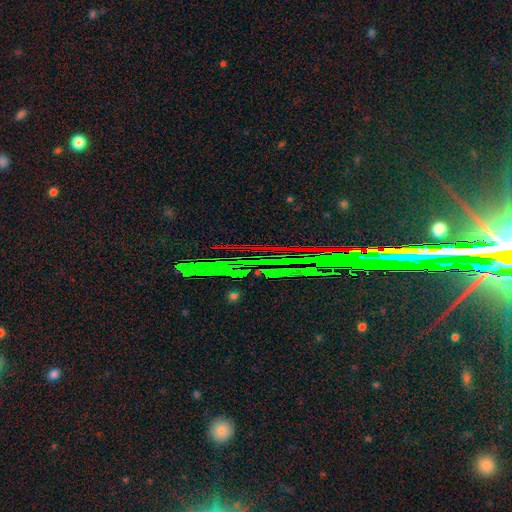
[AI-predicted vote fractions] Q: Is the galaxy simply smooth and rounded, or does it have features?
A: star or artifact — 79%.